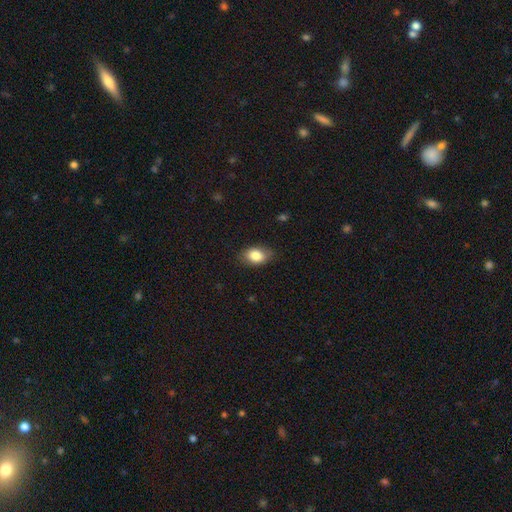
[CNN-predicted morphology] This is clearly a smooth galaxy (83%). How rounded: clearly in between (83%). Merging: likely none (79%).